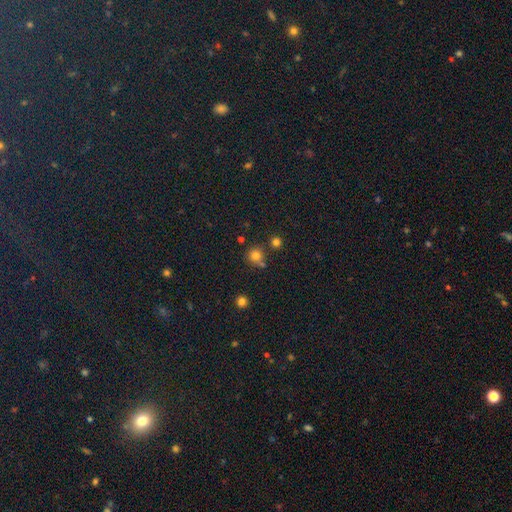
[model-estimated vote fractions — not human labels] The model was most divided on "merging": none: 70%, merger: 17%, minor disturbance: 10%, major disturbance: 3%. More confident: how rounded — round (91%); smooth or featured — smooth (77%).